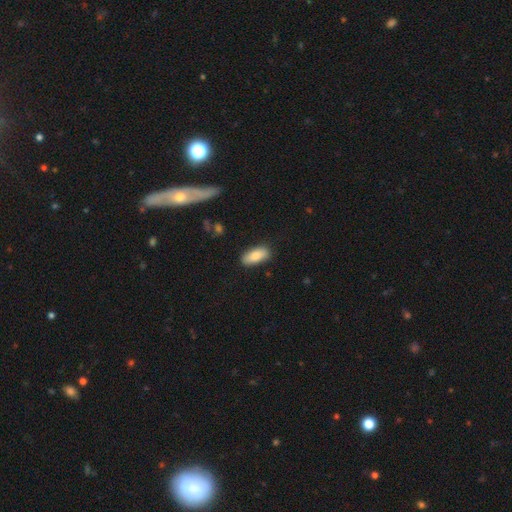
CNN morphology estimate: The model was most divided on "merging": none: 84%, minor disturbance: 12%, major disturbance: 2%, merger: 1%. More confident: how rounded — in between (86%); smooth or featured — smooth (85%).